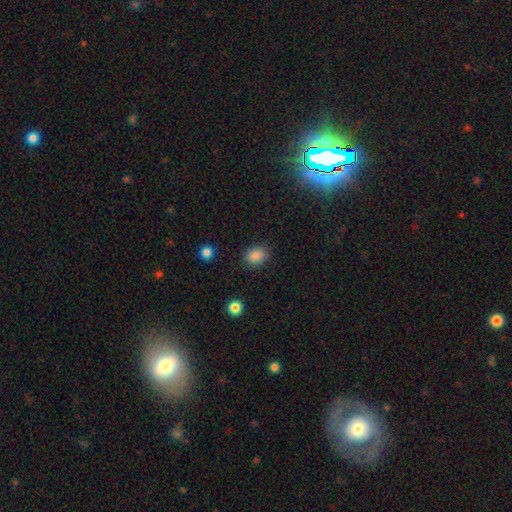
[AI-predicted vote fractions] Smooth or featured?
  - smooth: 86% *
  - star or artifact: 10%
  - featured or disk: 4%
How rounded?
  - in between: 53% *
  - round: 46%
  - cigar-shaped: 1%
Merging?
  - none: 84% *
  - minor disturbance: 11%
  - major disturbance: 3%
  - merger: 1%